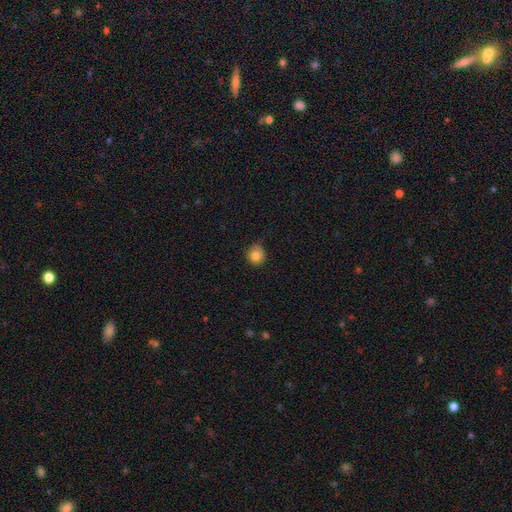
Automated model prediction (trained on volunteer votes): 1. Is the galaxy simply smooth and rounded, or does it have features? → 82% smooth, 11% star or artifact, 8% featured or disk.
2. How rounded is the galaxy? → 90% round, 10% in between, 1% cigar-shaped.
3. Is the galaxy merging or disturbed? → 70% none, 25% minor disturbance, 4% major disturbance, 1% merger.